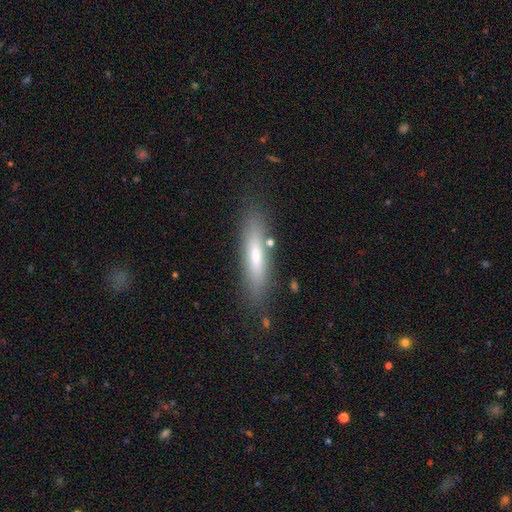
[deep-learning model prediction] The model was most divided on "smooth or featured": smooth: 62%, featured or disk: 30%, star or artifact: 8%. More confident: merging — none (82%); how rounded — cigar-shaped (79%).